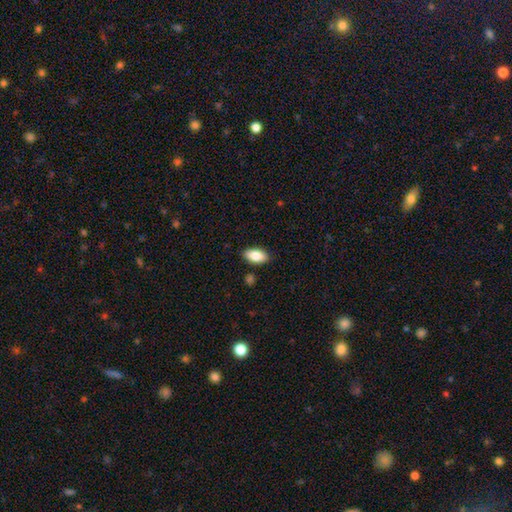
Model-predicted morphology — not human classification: type=smooth (86%); roundness=in between (93%); merging=none (87%).